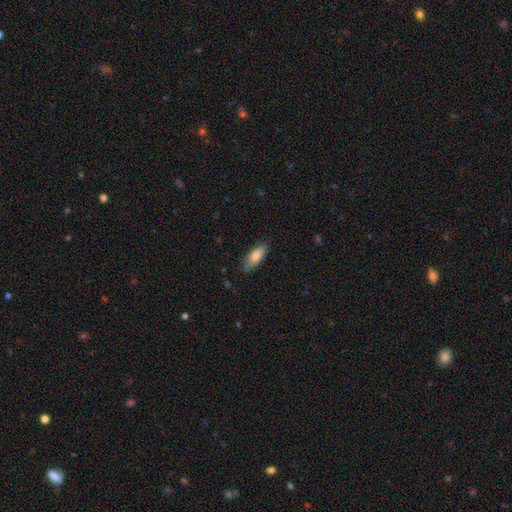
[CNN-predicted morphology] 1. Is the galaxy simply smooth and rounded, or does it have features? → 80% smooth, 14% featured or disk, 6% star or artifact.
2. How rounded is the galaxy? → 78% in between, 20% cigar-shaped, 2% round.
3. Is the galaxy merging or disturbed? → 81% none, 16% minor disturbance, 3% major disturbance, 1% merger.